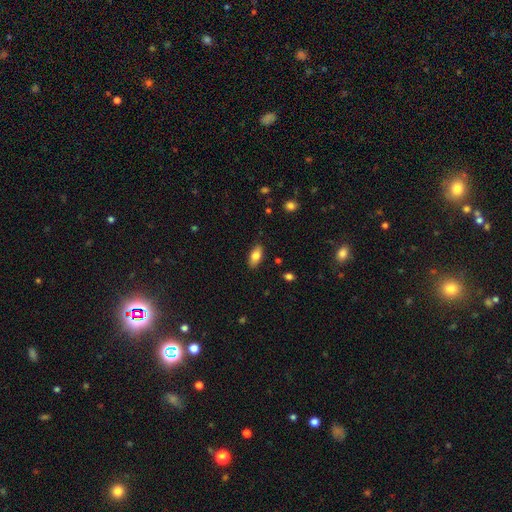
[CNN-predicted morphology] Smooth or featured?
  - smooth: 80% *
  - featured or disk: 13%
  - star or artifact: 7%
How rounded?
  - in between: 89% *
  - cigar-shaped: 8%
  - round: 3%
Merging?
  - none: 86% *
  - minor disturbance: 10%
  - major disturbance: 2%
  - merger: 1%